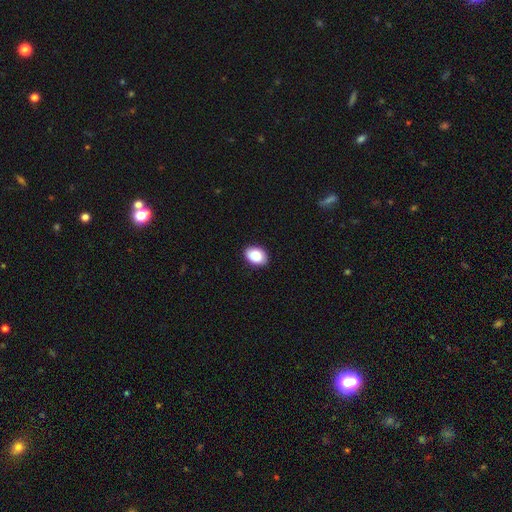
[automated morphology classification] smooth-or-featured: smooth: 89% | star or artifact: 7% | featured or disk: 4%
  how-rounded: in between: 82% | round: 17% | cigar-shaped: 1%
  merging: none: 88% | minor disturbance: 10% | major disturbance: 2% | merger: 1%